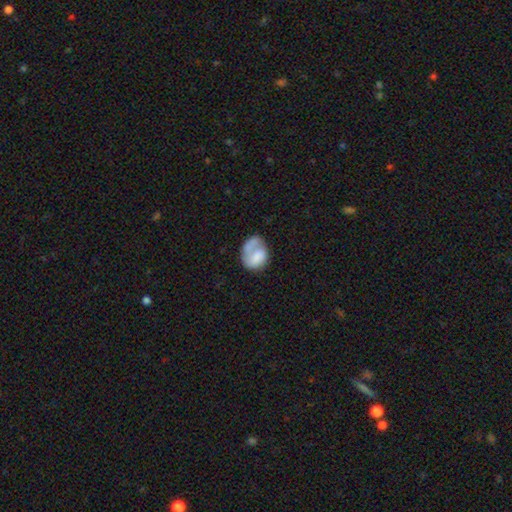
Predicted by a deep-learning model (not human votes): Smooth or featured: smooth — 57% (featured or disk — 36%)
How rounded: in between — 60% (round — 39%)
Merging: none — 39% (major disturbance — 28%)